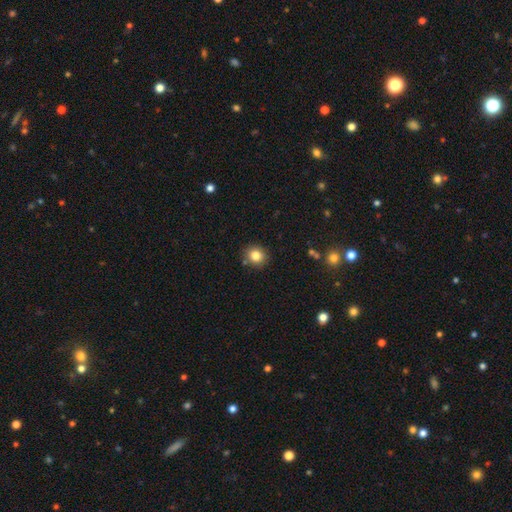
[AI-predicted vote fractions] Overall: smooth (82%). How rounded: round (82%). Merging: none (86%).